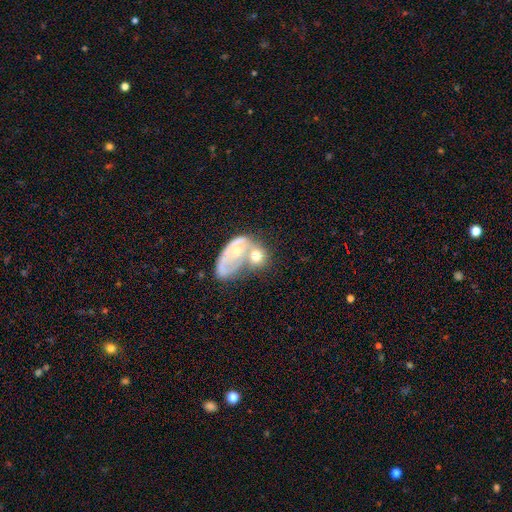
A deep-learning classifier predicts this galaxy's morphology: smooth 50%, featured or disk 41%, star or artifact 9%. Down the decision tree: how rounded — in between (50%); merging — merger (61%).